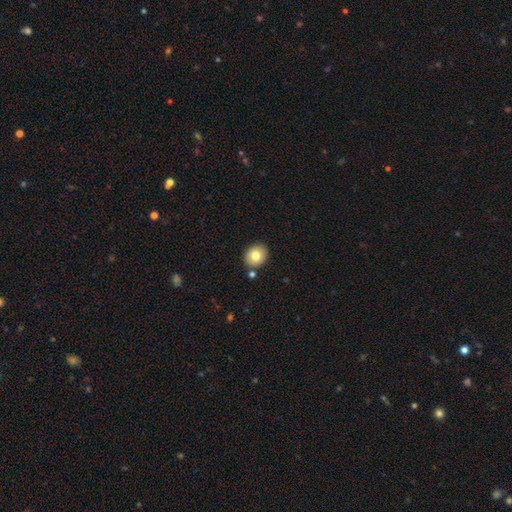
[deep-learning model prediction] Smooth or featured? Predicted: smooth (p=0.77). How rounded? Predicted: round (p=0.55). Merging? Predicted: none (p=0.83).